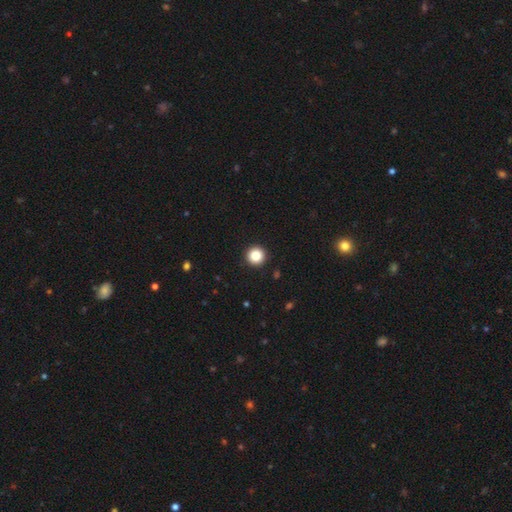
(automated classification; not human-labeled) This appears to be a smooth galaxy with no disk features (86%) that is round (96%). Merging: none (94%).